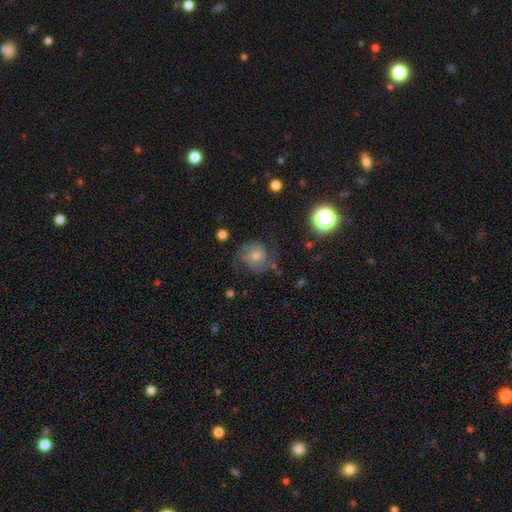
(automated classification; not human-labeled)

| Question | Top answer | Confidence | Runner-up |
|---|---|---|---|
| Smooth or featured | featured or disk | 76% | smooth (16%) |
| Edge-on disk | no | 98% | yes (2%) |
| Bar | no | 72% | weak (24%) |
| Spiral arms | yes | 95% | no (5%) |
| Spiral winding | medium | 49% | tight (29%) |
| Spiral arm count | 2 | 87% | can't tell (5%) |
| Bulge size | moderate | 51% | small (35%) |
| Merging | none | 68% | minor disturbance (18%) |